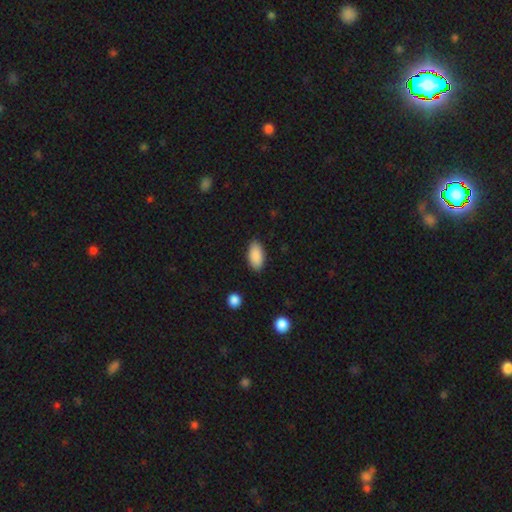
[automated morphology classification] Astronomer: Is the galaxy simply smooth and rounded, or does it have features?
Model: smooth — 89%.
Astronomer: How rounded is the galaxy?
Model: in between — 92%.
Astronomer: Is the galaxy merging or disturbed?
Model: none — 85%.